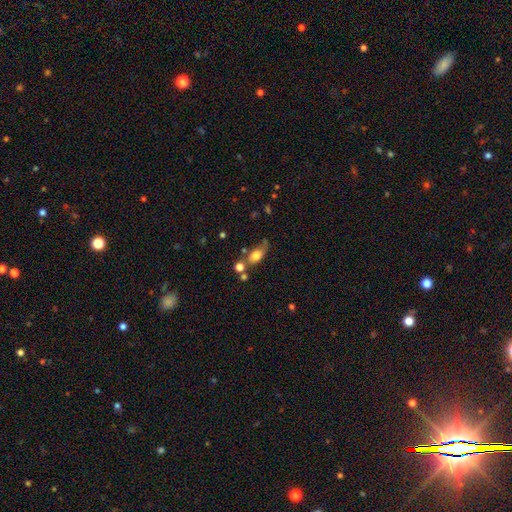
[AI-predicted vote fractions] Overall: smooth (72%). How rounded: in between (73%). Merging: none (47%; minor disturbance 22%).